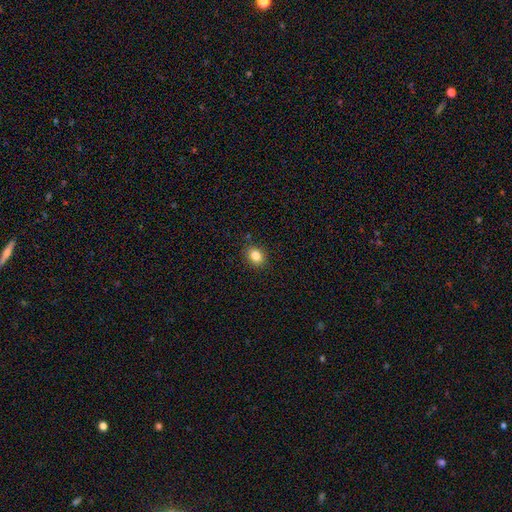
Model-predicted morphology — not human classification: A smooth galaxy with no disk features (84%) that is in between round and cigar-shaped (60%). Merging: none (87%).